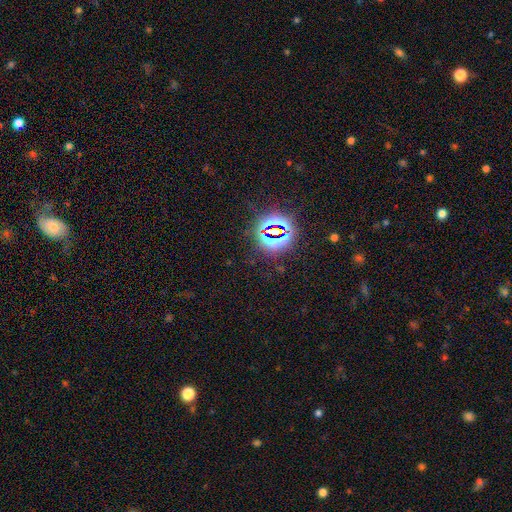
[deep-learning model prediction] A star or artifact, not a galaxy (79%).